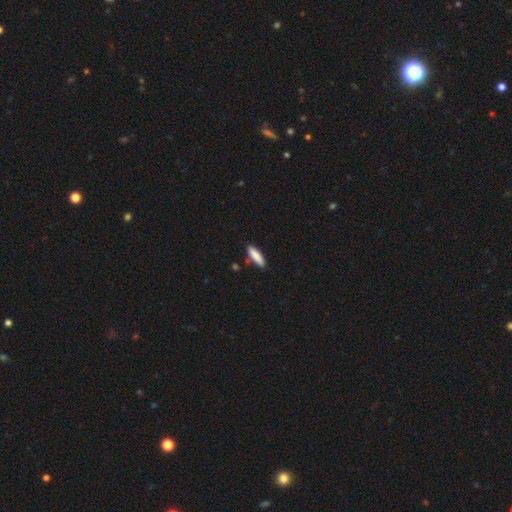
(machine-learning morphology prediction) This is clearly a smooth galaxy (86%). How rounded: likely cigar-shaped (70%). Merging: clearly none (80%).